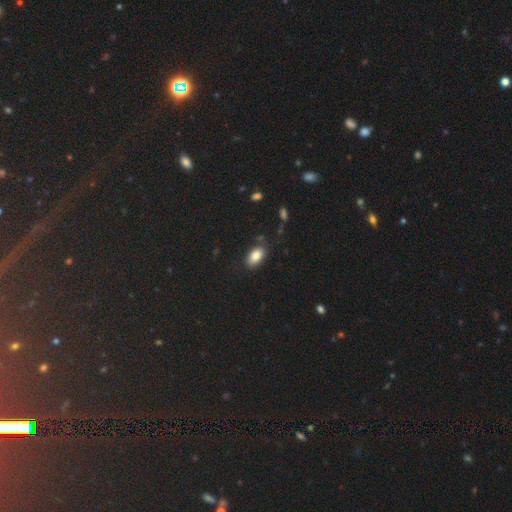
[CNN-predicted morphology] The model was most divided on "merging": none: 83%, minor disturbance: 12%, major disturbance: 3%, merger: 2%. More confident: how rounded — in between (92%); smooth or featured — smooth (85%).